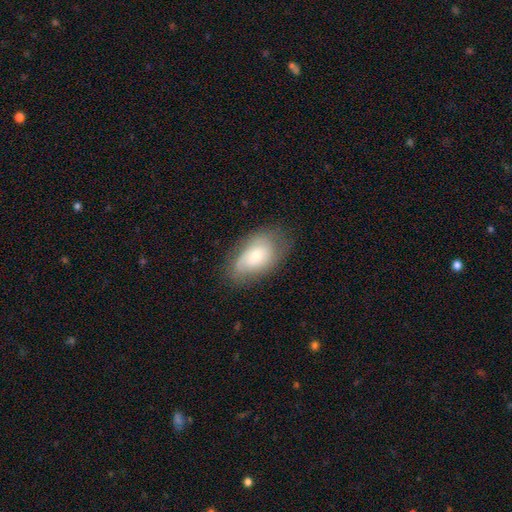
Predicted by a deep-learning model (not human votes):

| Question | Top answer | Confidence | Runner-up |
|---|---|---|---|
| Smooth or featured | smooth | 48% | featured or disk (44%) |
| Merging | none | 68% | minor disturbance (23%) |